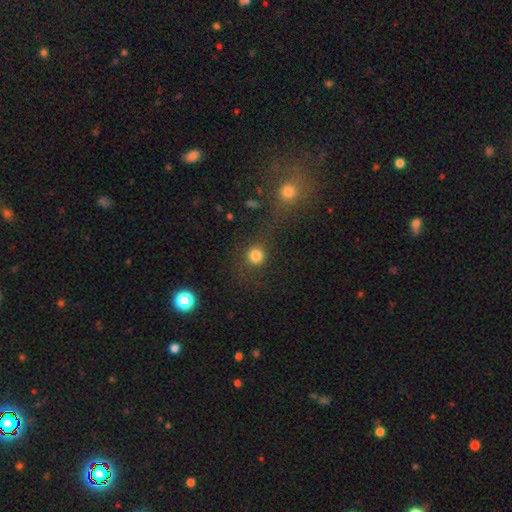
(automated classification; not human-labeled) Morphology: type=smooth (80%); roundness=round (91%); merging=none (72%).